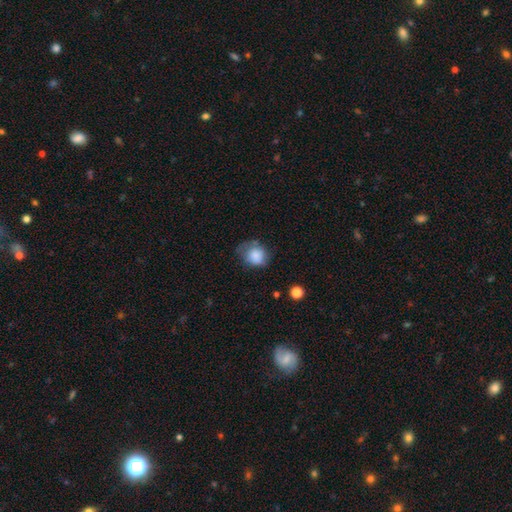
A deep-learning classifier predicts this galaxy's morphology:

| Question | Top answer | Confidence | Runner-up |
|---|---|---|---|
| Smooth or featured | smooth | 81% | featured or disk (10%) |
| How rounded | round | 69% | in between (31%) |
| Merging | none | 47% | minor disturbance (34%) |